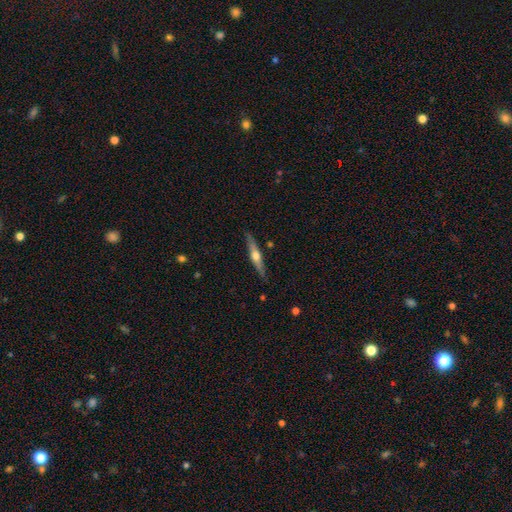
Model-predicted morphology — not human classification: type=featured or disk (66%); edge-on=yes (96%); edge-on bulge=rounded (92%); merging=none (88%).